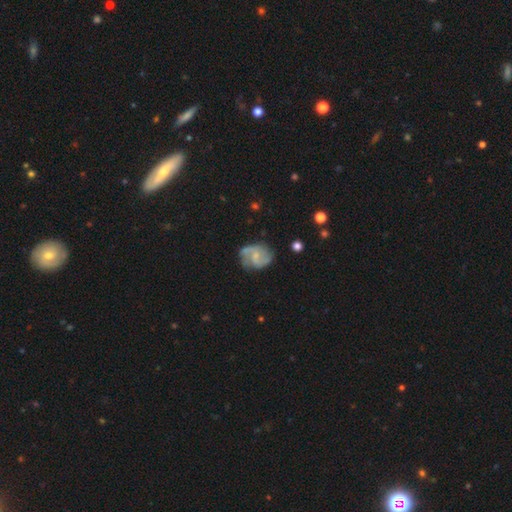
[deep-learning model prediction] This is likely a featured or disk galaxy (74%). It is clearly not viewed edge-on (98%). Bar: possibly weak (50%). Spiral arm pattern: clearly yes (93%). Spiral arm count: clearly 2 (81%). Spiral winding: possibly medium (48%). Central bulge: possibly small (56%). Merging: likely none (68%).